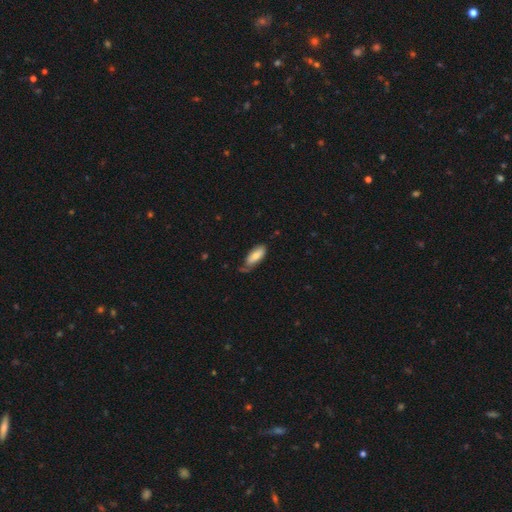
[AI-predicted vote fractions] A smooth galaxy with no disk features (77%) that is in between round and cigar-shaped (82%).

Vote fractions:
- Smooth or featured? smooth: 77% / featured or disk: 17% / star or artifact: 6%
- How rounded? in between: 82% / cigar-shaped: 16% / round: 2%
- Merging? none: 52% / minor disturbance: 34% / major disturbance: 10% / merger: 4%